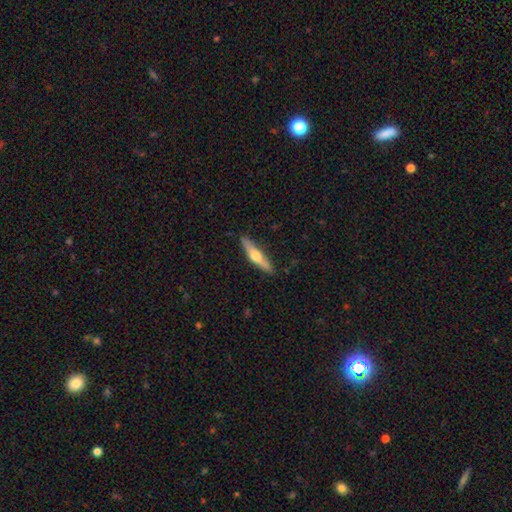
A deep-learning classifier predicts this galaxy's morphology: Smooth or featured? featured or disk (54%)
Edge-on disk? yes (95%)
Edge-on bulge? rounded (92%)
Merging? none (89%)